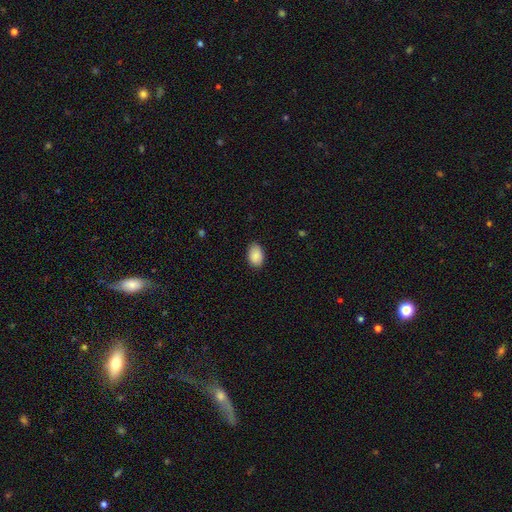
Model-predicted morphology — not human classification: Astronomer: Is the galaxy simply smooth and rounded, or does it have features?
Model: smooth — 89%.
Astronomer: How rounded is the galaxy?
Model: in between — 89%.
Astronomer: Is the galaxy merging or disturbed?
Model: none — 85%.